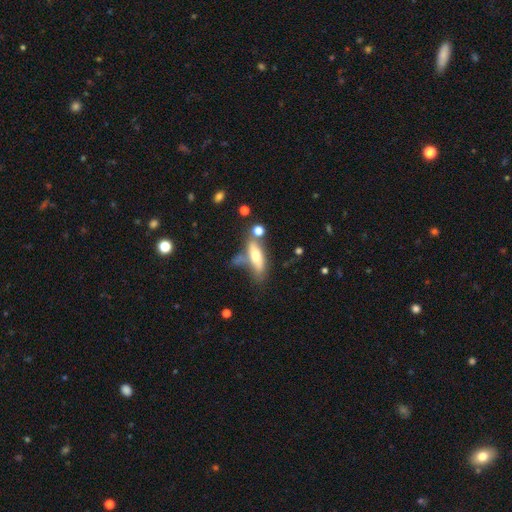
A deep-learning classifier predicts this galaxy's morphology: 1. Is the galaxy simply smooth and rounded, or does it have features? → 52% smooth, 40% featured or disk, 8% star or artifact.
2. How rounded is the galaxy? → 50% in between, 47% cigar-shaped, 3% round.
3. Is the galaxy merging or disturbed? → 42% none, 22% minor disturbance, 21% merger, 15% major disturbance.